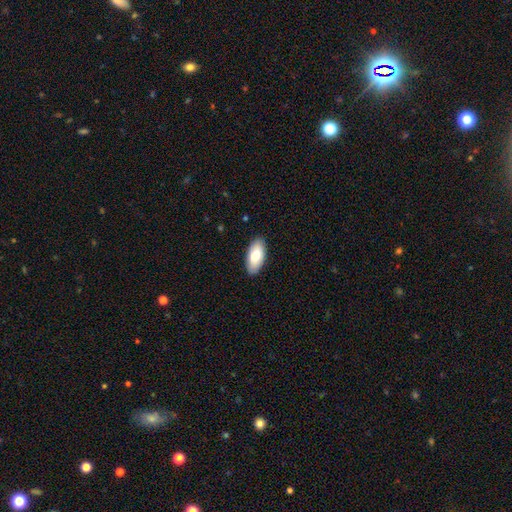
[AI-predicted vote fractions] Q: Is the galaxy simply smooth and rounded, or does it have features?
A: smooth — 78%.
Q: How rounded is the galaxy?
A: in between — 91%.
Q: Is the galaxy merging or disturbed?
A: none — 88%.